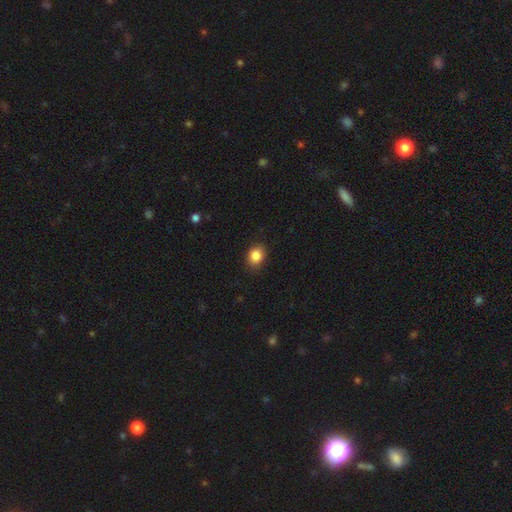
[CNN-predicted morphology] This is clearly a smooth galaxy (86%). How rounded: possibly round (50%). Merging: clearly none (87%).